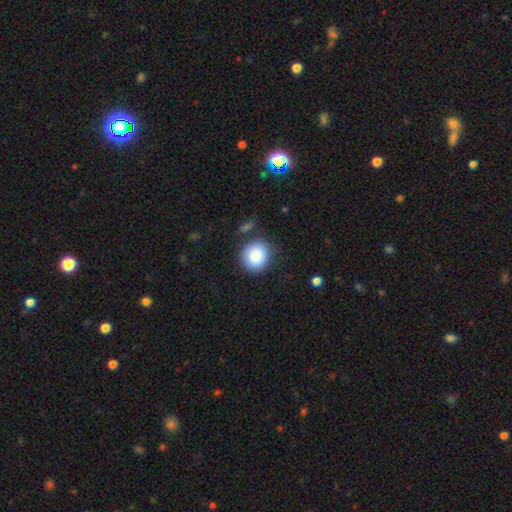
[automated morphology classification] smooth-or-featured: smooth: 86% | star or artifact: 8% | featured or disk: 6%
  how-rounded: round: 87% | in between: 12% | cigar-shaped: 1%
  merging: none: 81% | minor disturbance: 11% | merger: 4% | major disturbance: 4%